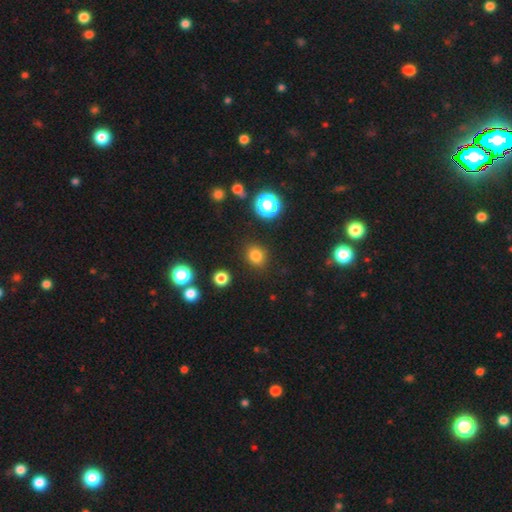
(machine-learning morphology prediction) smooth-or-featured: smooth: 79% | star or artifact: 16% | featured or disk: 5%
  how-rounded: round: 74% | in between: 25% | cigar-shaped: 1%
  merging: none: 87% | minor disturbance: 8% | major disturbance: 3% | merger: 2%